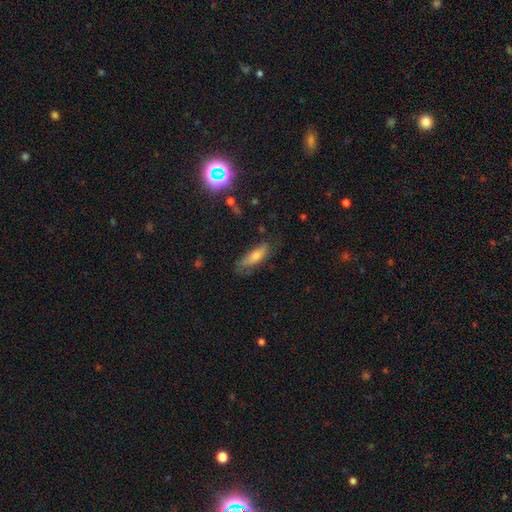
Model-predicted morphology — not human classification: This appears to be a smooth galaxy with no disk features (54%) that is in between round and cigar-shaped (49%). Merging: none (66%).